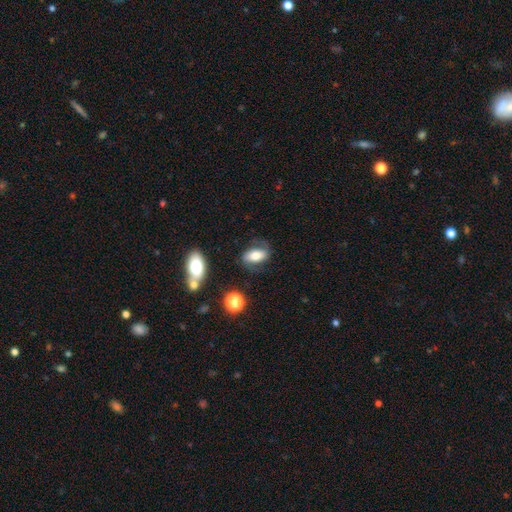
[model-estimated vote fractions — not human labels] The model was most divided on "smooth or featured": smooth: 56%, featured or disk: 35%, star or artifact: 9%. More confident: how rounded — in between (87%); merging — none (65%).